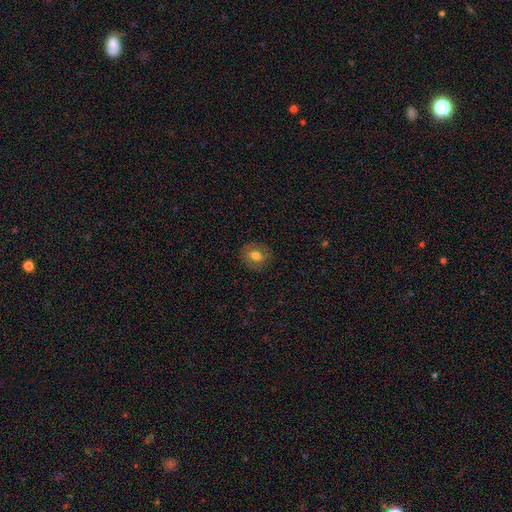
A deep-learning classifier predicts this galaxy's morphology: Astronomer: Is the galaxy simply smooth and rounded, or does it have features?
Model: smooth — 71%.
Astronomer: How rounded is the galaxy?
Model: round — 74%.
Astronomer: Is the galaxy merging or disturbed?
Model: none — 87%.